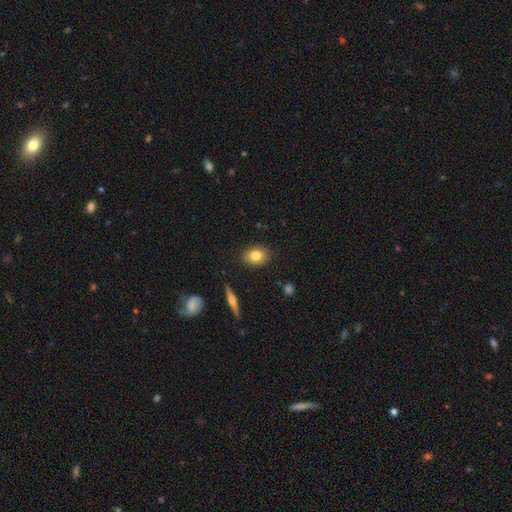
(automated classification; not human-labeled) Q: Smooth or featured?
A: smooth (81%); runner-up: featured or disk (11%)
Q: How rounded?
A: in between (66%); runner-up: round (32%)
Q: Merging?
A: none (87%); runner-up: minor disturbance (9%)